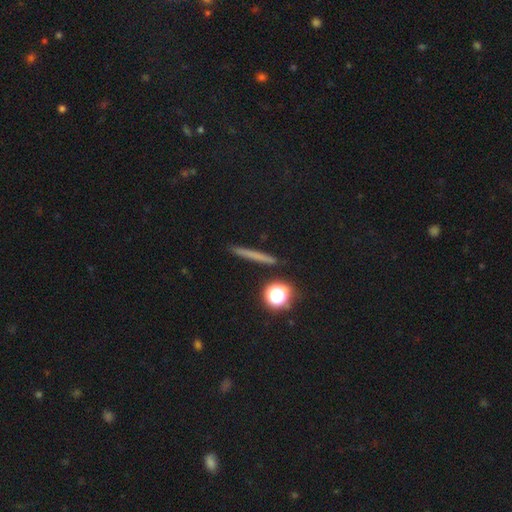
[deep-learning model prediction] Overall: smooth (56%; featured or disk 25%). How rounded: cigar-shaped (83%). Merging: none (90%).